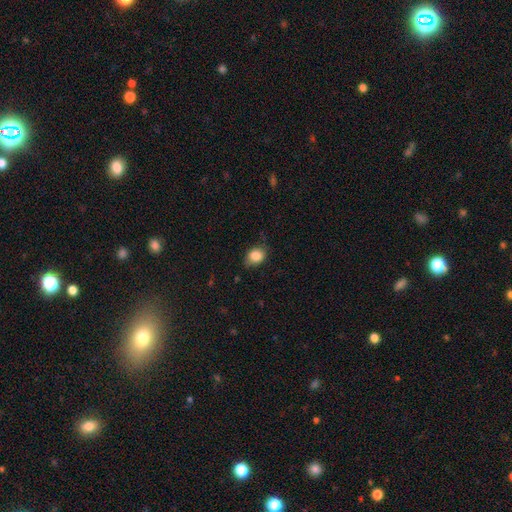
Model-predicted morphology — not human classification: smooth 84%, star or artifact 8%, featured or disk 8%. Down the decision tree: how rounded — in between (66%); merging — none (71%).